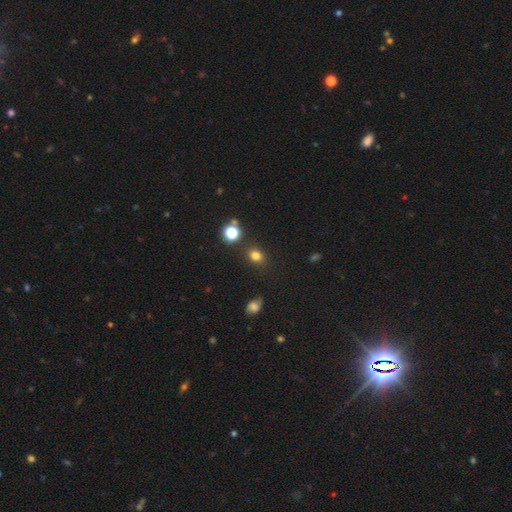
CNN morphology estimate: A smooth galaxy with no disk features (78%) that is round (51%).

Vote fractions:
- Smooth or featured? smooth: 78% / star or artifact: 16% / featured or disk: 6%
- How rounded? round: 51% / in between: 48% / cigar-shaped: 1%
- Merging? none: 81% / minor disturbance: 11% / merger: 4% / major disturbance: 3%